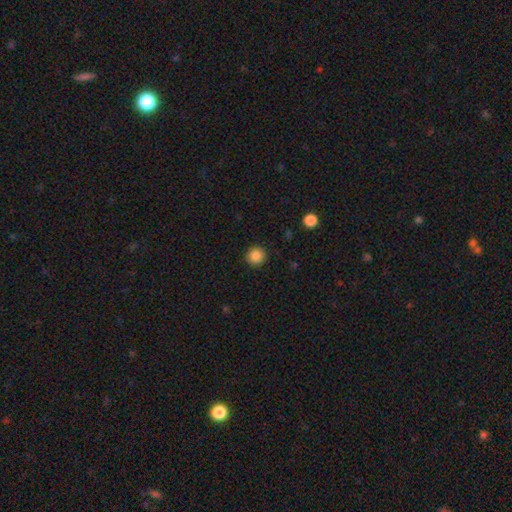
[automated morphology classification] Smooth or featured? Predicted: smooth (p=0.85). How rounded? Predicted: round (p=0.94). Merging? Predicted: none (p=0.92).